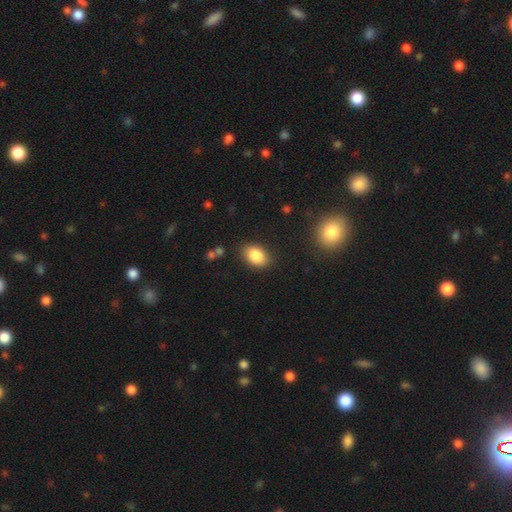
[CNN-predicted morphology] This is clearly a smooth galaxy (87%). How rounded: clearly in between (86%). Merging: clearly none (84%).